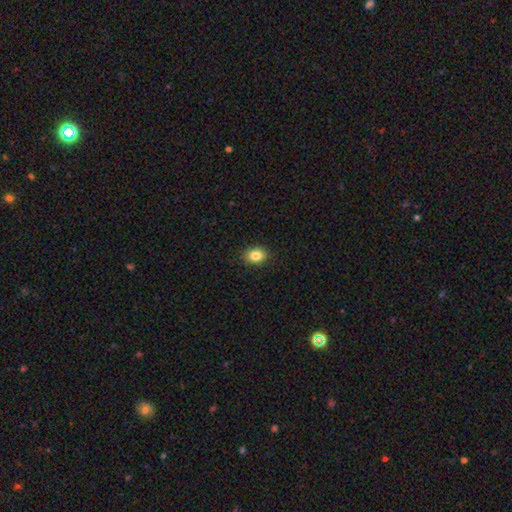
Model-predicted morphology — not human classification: The model was most divided on "how rounded": in between: 65%, round: 34%, cigar-shaped: 1%. More confident: merging — none (90%); smooth or featured — smooth (85%).